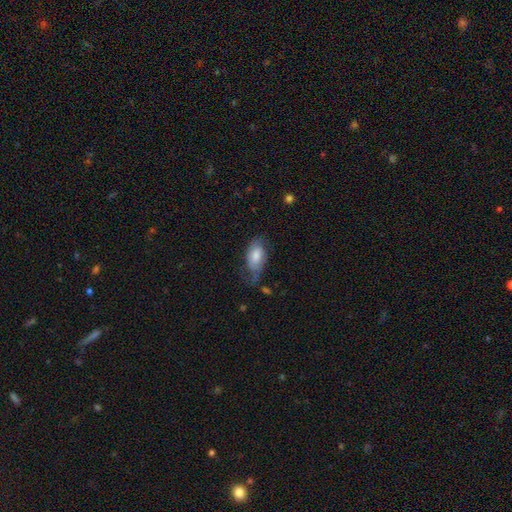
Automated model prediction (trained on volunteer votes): Overall: smooth (61%; featured or disk 32%). How rounded: in between (91%). Merging: none (46%; minor disturbance 32%).